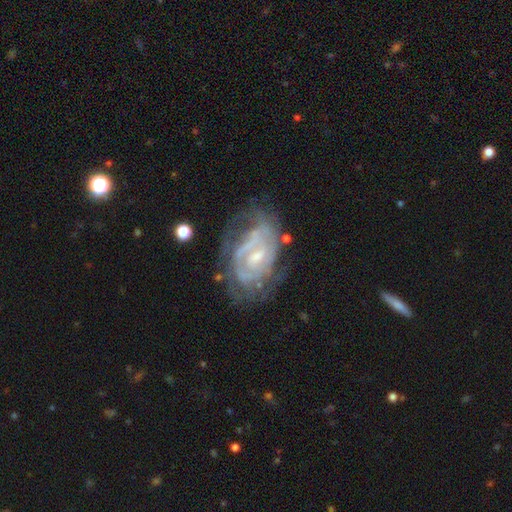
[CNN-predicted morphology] The model was most divided on "bulge size": small: 49%, moderate: 37%, none: 11%, large: 3%, dominant: 1%. Remaining: edge-on disk — no (96%); smooth or featured — featured or disk (82%); spiral arms — yes (81%); spiral winding — tight (58%); merging — none (56%); bar — weak (49%); spiral arm count — can't tell (45%).